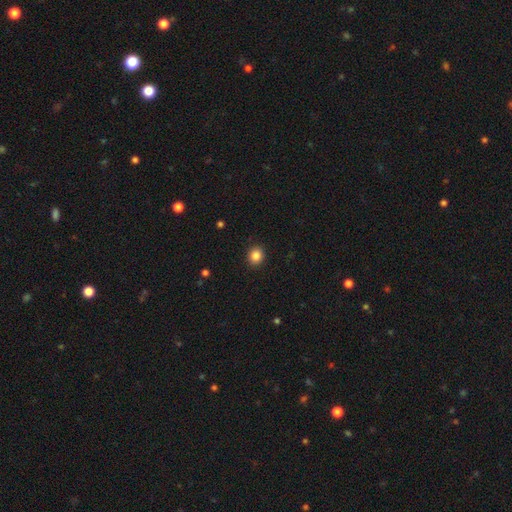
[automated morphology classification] This appears to be a smooth galaxy with no disk features (86%) that is round (76%). Merging: none (91%).